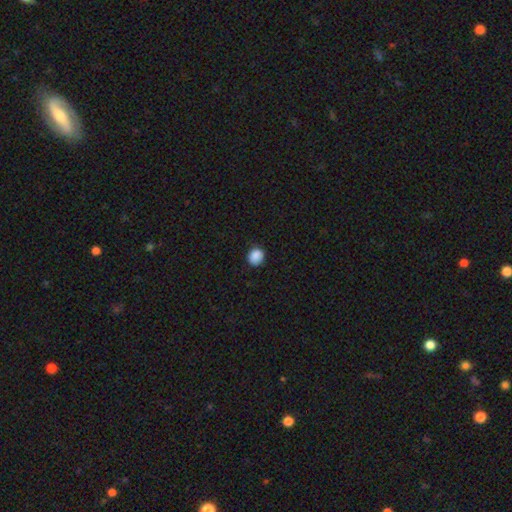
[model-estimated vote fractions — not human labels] Q: Smooth or featured?
A: smooth (88%); runner-up: star or artifact (9%)
Q: How rounded?
A: round (79%); runner-up: in between (20%)
Q: Merging?
A: none (86%); runner-up: minor disturbance (10%)